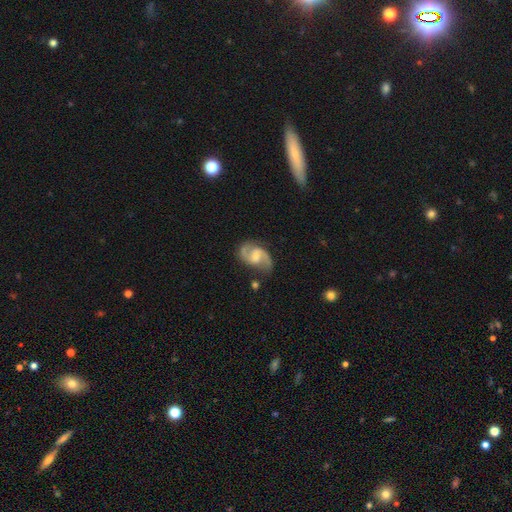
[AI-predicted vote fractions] featured or disk 89%, smooth 7%, star or artifact 5%. Down the decision tree: edge-on disk — no (98%); bar — weak (53%); spiral arms — yes (97%); spiral arm count — 2 (93%); spiral winding — medium (56%); bulge size — moderate (37%); merging — none (76%).